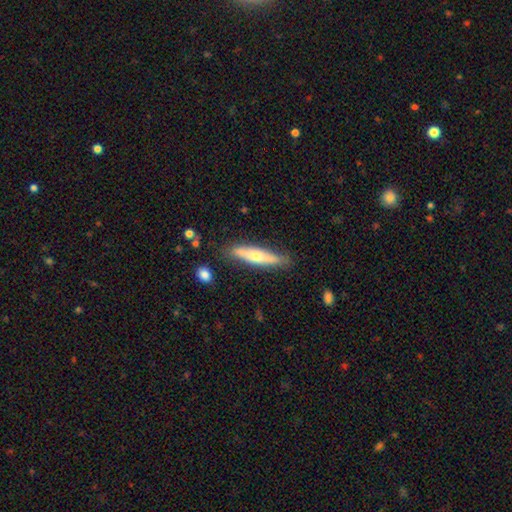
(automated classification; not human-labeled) A smooth galaxy with no disk features (54%) that is cigar-shaped (79%). Merging: none (79%).